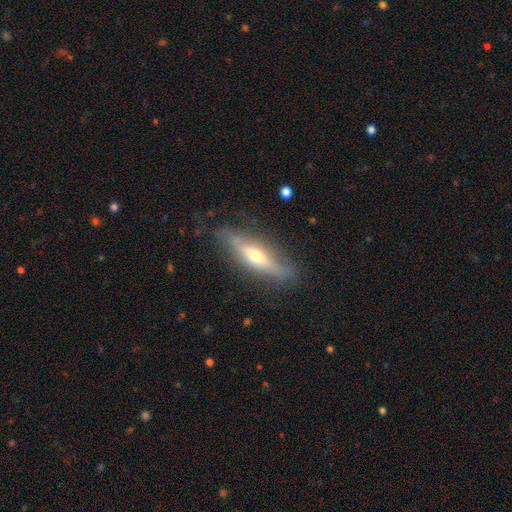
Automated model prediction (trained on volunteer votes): Smooth or featured?
  - featured or disk: 61% *
  - smooth: 32%
  - star or artifact: 7%
Edge-on disk?
  - yes: 80% *
  - no: 20%
Merging?
  - none: 77% *
  - minor disturbance: 17%
  - major disturbance: 5%
  - merger: 1%